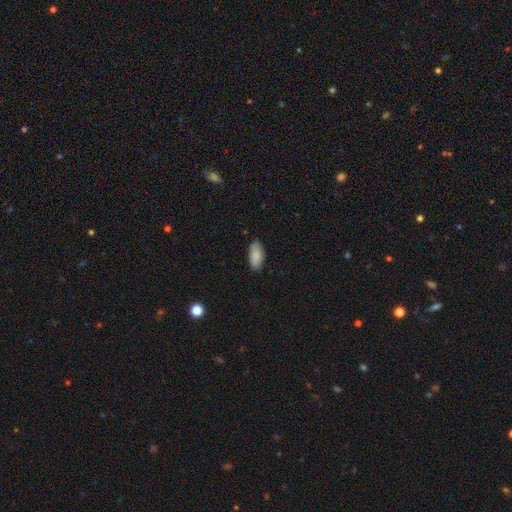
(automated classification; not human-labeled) The model was most divided on "merging": none: 76%, minor disturbance: 19%, major disturbance: 3%, merger: 2%. More confident: how rounded — in between (90%); smooth or featured — smooth (86%).